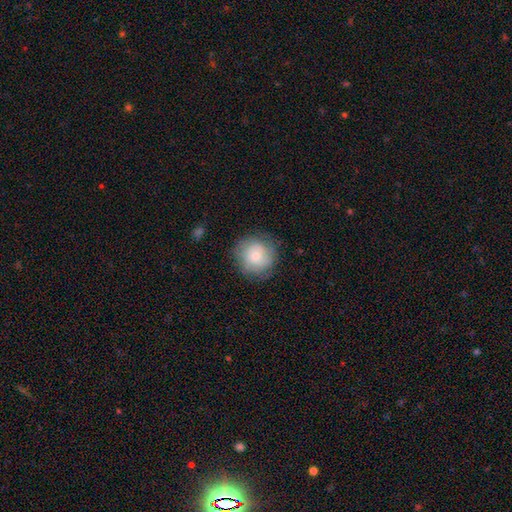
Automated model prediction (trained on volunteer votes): The model was most divided on "smooth or featured": smooth: 75%, featured or disk: 17%, star or artifact: 8%. More confident: how rounded — round (92%); merging — none (81%).